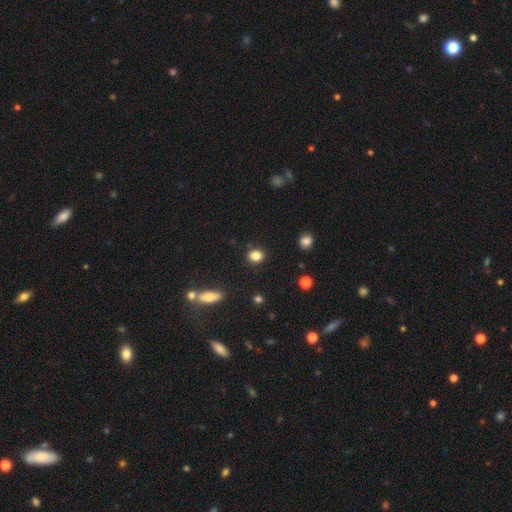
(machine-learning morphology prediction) Q: Smooth or featured?
A: smooth (85%); runner-up: star or artifact (10%)
Q: How rounded?
A: round (59%); runner-up: in between (40%)
Q: Merging?
A: none (86%); runner-up: minor disturbance (9%)